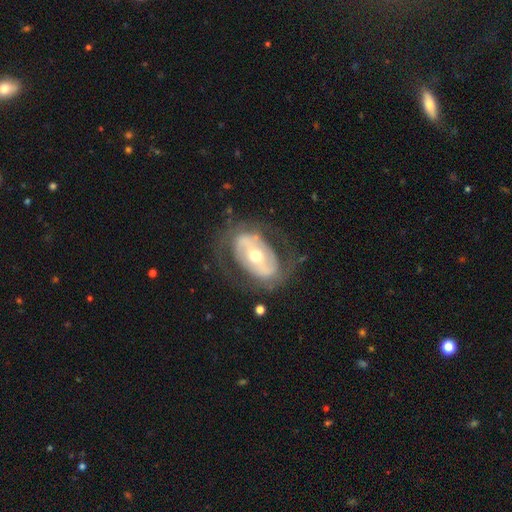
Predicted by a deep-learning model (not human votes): featured or disk 73%, smooth 21%, star or artifact 6%. Down the decision tree: edge-on disk — no (93%); bar — strong (37%); spiral arms — no (50%, tied with yes); bulge size — moderate (68%); merging — none (68%).